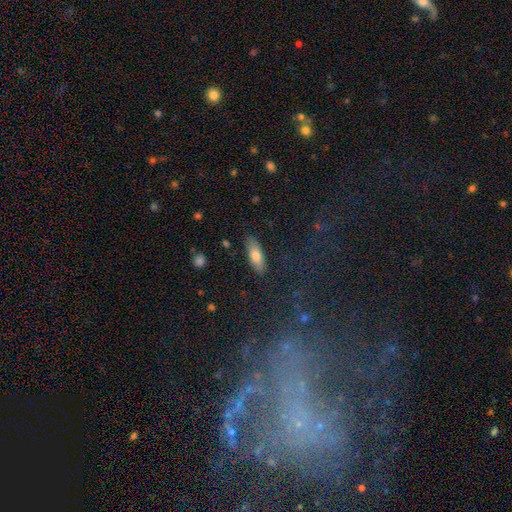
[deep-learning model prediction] Overall: smooth (74%). How rounded: in between (66%; cigar-shaped 32%). Merging: none (85%).